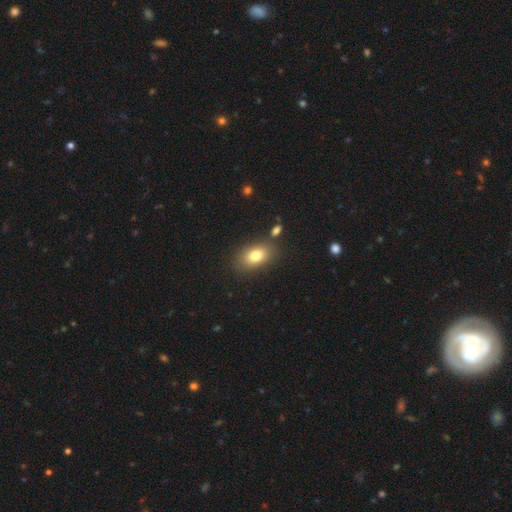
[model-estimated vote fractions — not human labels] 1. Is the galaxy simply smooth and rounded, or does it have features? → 79% smooth, 11% featured or disk, 10% star or artifact.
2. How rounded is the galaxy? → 86% in between, 13% round, 2% cigar-shaped.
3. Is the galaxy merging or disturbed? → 79% none, 11% minor disturbance, 6% merger, 3% major disturbance.